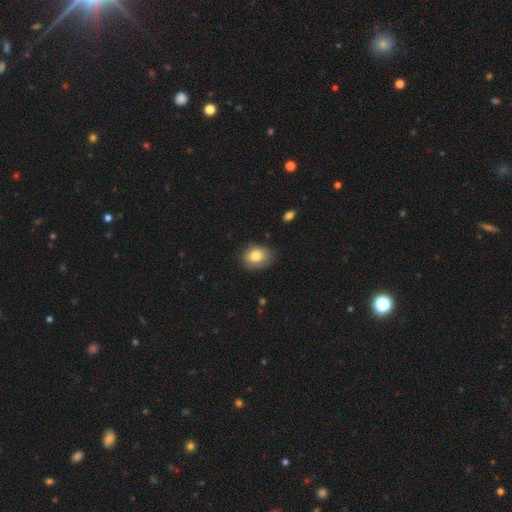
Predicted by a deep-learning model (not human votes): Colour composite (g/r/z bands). It shows a smooth galaxy with no disk features (81%) that is in between round and cigar-shaped (55%). Merging: none (78%).